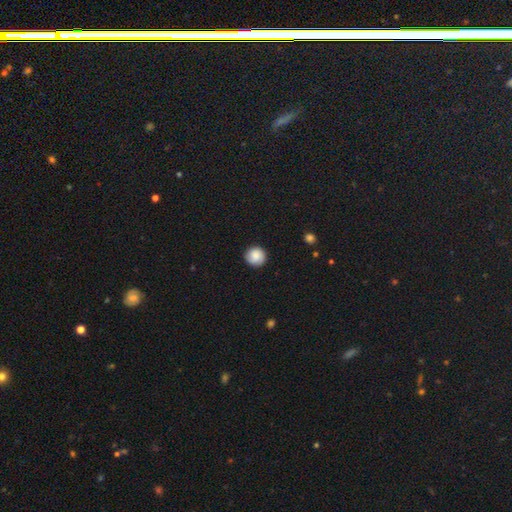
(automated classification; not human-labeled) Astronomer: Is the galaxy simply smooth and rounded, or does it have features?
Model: smooth — 82%.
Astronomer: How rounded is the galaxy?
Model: round — 93%.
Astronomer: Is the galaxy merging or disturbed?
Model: none — 87%.